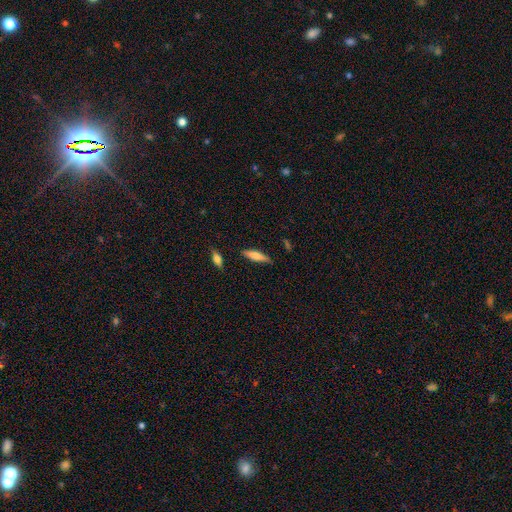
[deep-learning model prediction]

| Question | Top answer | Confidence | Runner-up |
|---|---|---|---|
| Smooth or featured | smooth | 71% | featured or disk (22%) |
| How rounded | cigar-shaped | 71% | in between (27%) |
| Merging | none | 79% | minor disturbance (16%) |